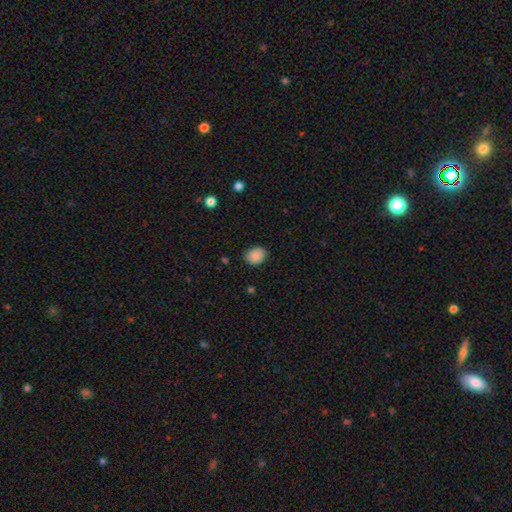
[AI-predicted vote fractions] smooth_or_featured: smooth (p=0.88) [alt: star or artifact p=0.08]
how_rounded: in between (p=0.51) [alt: round p=0.48]
merging: none (p=0.83) [alt: minor disturbance p=0.13]